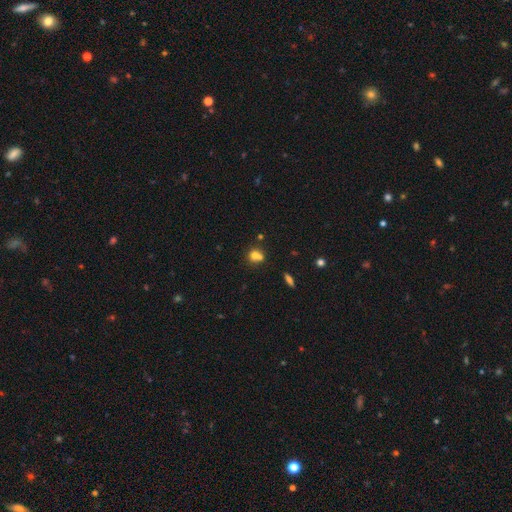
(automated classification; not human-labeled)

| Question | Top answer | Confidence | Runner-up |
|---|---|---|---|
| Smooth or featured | smooth | 71% | featured or disk (15%) |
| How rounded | round | 77% | in between (22%) |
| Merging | merger | 47% | none (40%) |